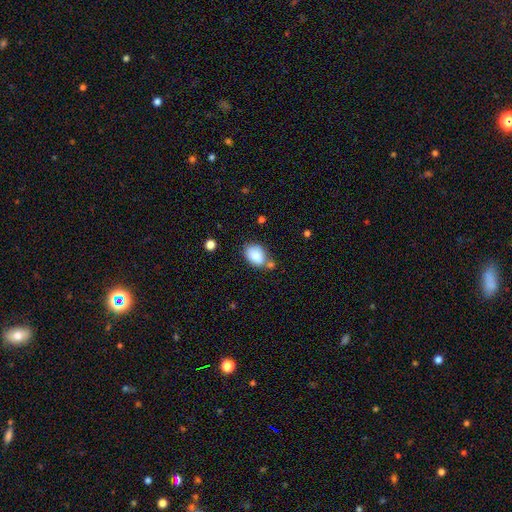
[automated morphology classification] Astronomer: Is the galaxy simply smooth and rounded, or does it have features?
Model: smooth — 82%.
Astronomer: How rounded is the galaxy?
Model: in between — 79%.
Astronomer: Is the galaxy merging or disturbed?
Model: none — 56%.